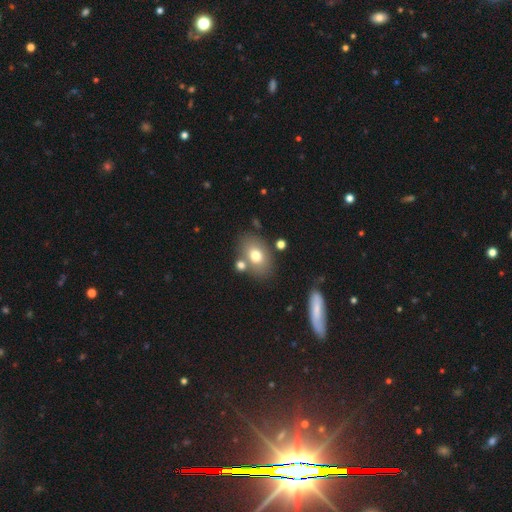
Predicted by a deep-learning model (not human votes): Q: Smooth or featured?
A: smooth (72%); runner-up: featured or disk (18%)
Q: How rounded?
A: in between (77%); runner-up: round (22%)
Q: Merging?
A: none (71%); runner-up: minor disturbance (12%)